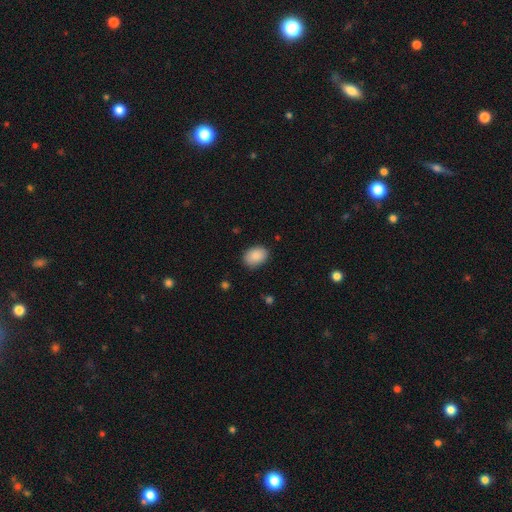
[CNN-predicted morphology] smooth 89%, star or artifact 7%, featured or disk 4%. Down the decision tree: how rounded — in between (78%); merging — none (85%).